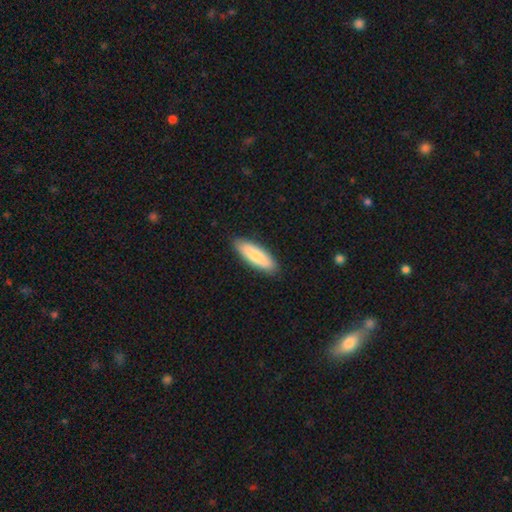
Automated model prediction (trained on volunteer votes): The model was most divided on "how rounded": cigar-shaped: 55%, in between: 44%, round: 2%. More confident: merging — none (88%); smooth or featured — smooth (81%).